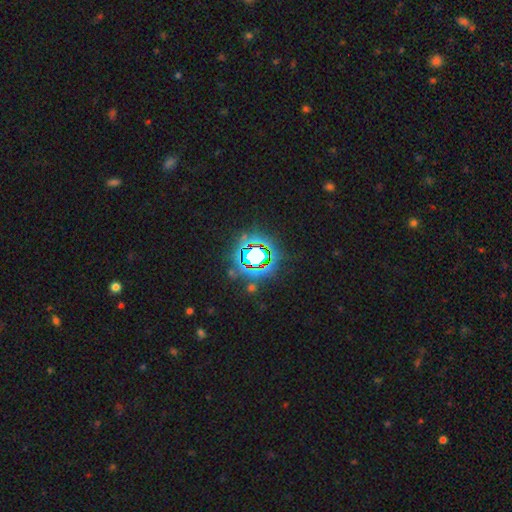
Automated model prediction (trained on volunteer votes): The model was most divided on "smooth or featured": star or artifact: 71%, smooth: 17%, featured or disk: 12%.